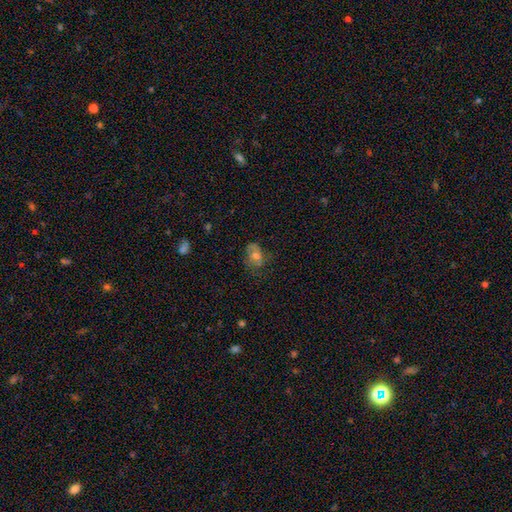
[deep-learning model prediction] Q: Smooth or featured?
A: smooth (51%); runner-up: featured or disk (31%)
Q: How rounded?
A: in between (66%); runner-up: round (32%)
Q: Merging?
A: none (51%); runner-up: minor disturbance (26%)